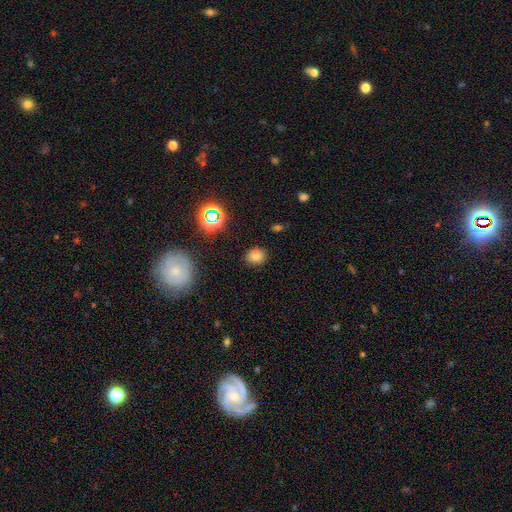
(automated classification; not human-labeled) This is likely a smooth galaxy (75%). How rounded: likely round (64%). Merging: clearly none (83%).